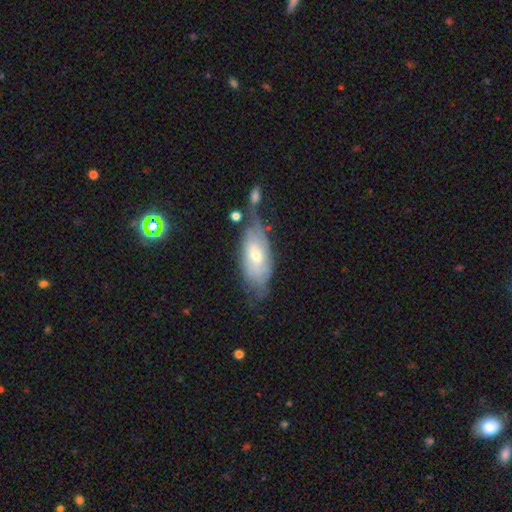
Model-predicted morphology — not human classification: This appears to be a featured or disk galaxy (51%). Merging: none (38%).